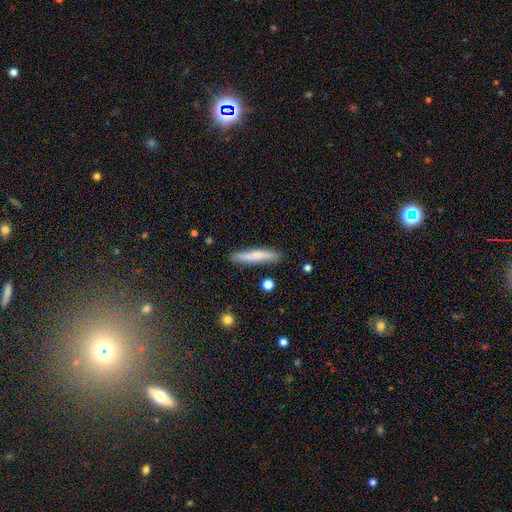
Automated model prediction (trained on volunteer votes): Smooth or featured? Predicted: smooth (p=0.67). How rounded? Predicted: cigar-shaped (p=0.90). Merging? Predicted: none (p=0.88).